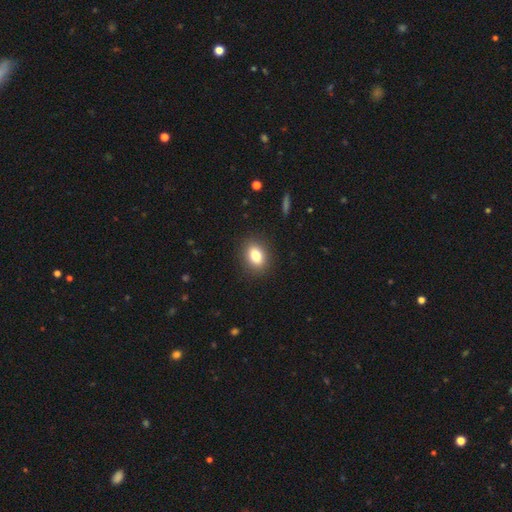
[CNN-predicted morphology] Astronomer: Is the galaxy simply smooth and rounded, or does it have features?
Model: smooth — 82%.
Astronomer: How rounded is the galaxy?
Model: in between — 75%.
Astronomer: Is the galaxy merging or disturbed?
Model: none — 89%.